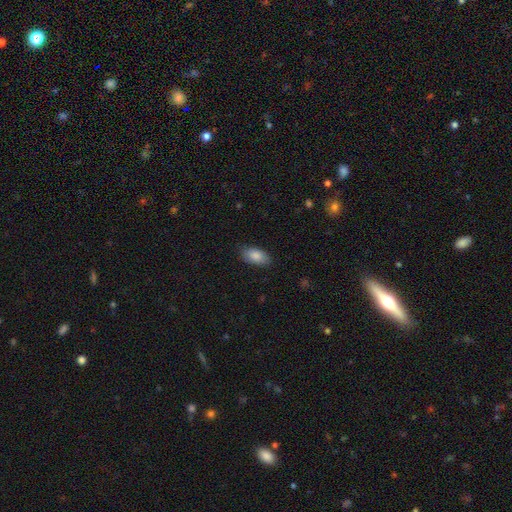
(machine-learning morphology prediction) Smooth or featured?
  - smooth: 86% *
  - featured or disk: 7%
  - star or artifact: 6%
How rounded?
  - in between: 94% *
  - cigar-shaped: 3%
  - round: 3%
Merging?
  - none: 84% *
  - minor disturbance: 12%
  - major disturbance: 3%
  - merger: 1%